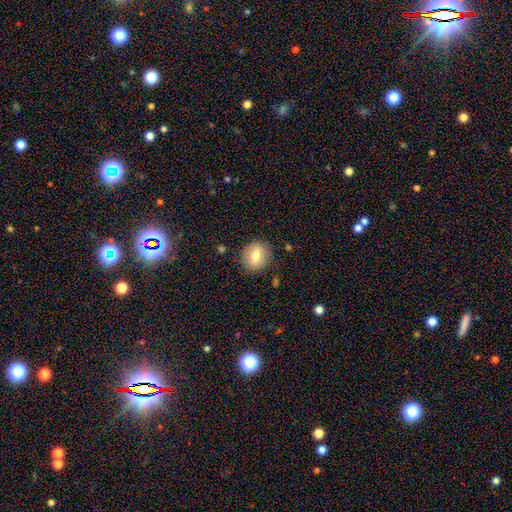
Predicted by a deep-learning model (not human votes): Q: Smooth or featured?
A: smooth (71%); runner-up: featured or disk (20%)
Q: How rounded?
A: round (79%); runner-up: in between (20%)
Q: Merging?
A: none (86%); runner-up: minor disturbance (10%)